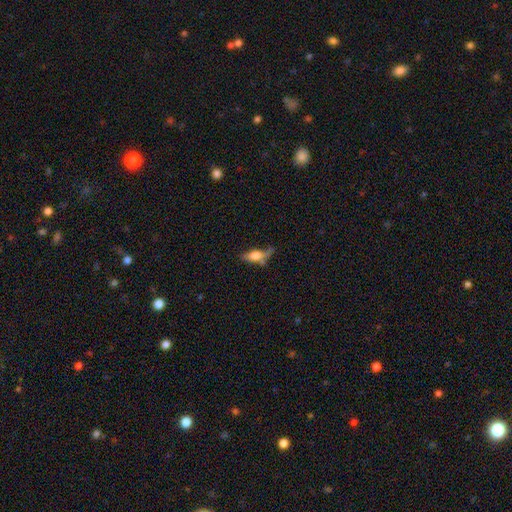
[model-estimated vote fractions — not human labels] smooth_or_featured: smooth (p=0.56) [alt: featured or disk p=0.36]
how_rounded: in between (p=0.58) [alt: cigar-shaped p=0.37]
merging: none (p=0.41) [alt: minor disturbance p=0.27]